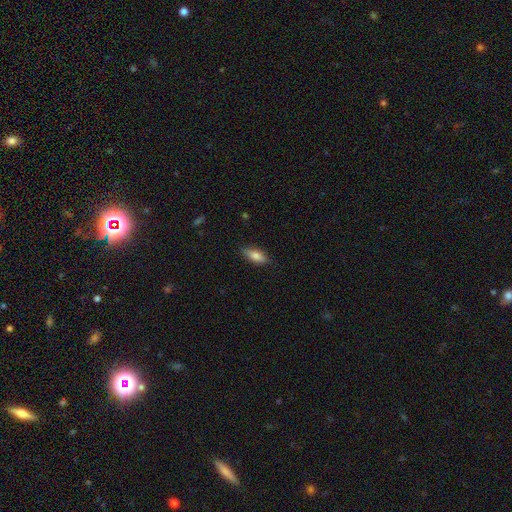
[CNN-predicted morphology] Smooth or featured? Predicted: smooth (p=0.78). How rounded? Predicted: in between (p=0.73). Merging? Predicted: none (p=0.82).